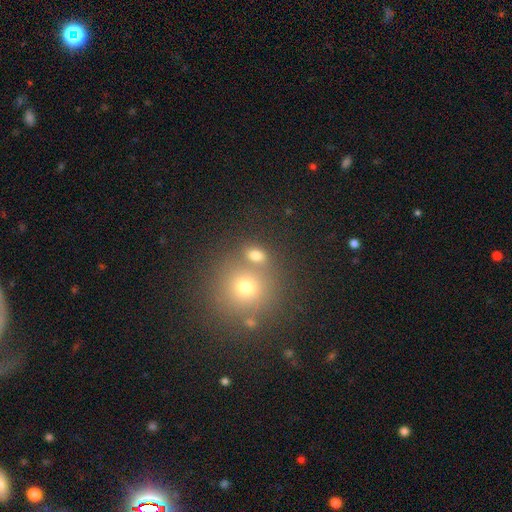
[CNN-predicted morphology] Smooth or featured? smooth (73%)
How rounded? round (50%)
Merging? none (59%)